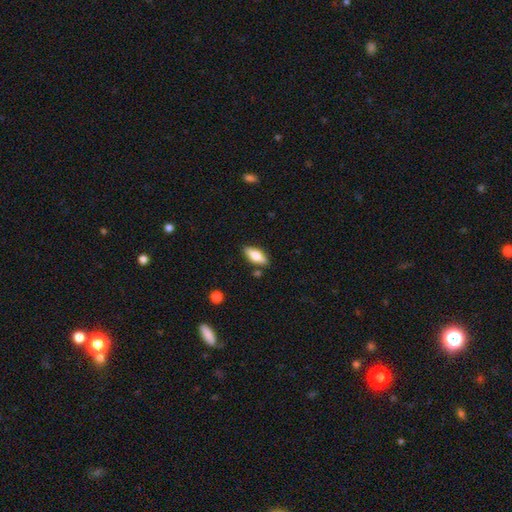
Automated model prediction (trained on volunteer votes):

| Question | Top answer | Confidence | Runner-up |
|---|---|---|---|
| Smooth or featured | smooth | 65% | featured or disk (28%) |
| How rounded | in between | 72% | cigar-shaped (25%) |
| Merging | none | 84% | minor disturbance (10%) |